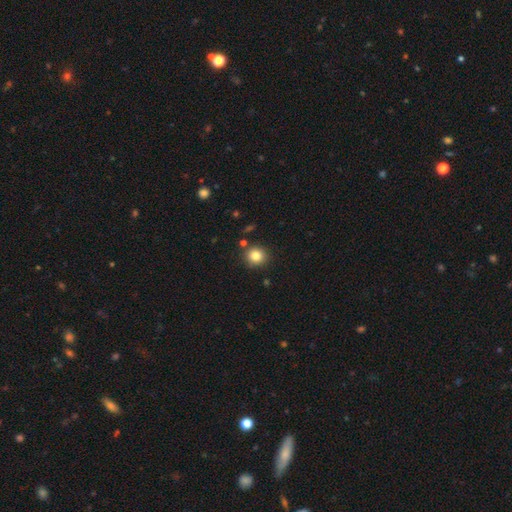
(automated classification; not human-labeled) Q: Smooth or featured?
A: smooth (82%); runner-up: star or artifact (11%)
Q: How rounded?
A: round (86%); runner-up: in between (13%)
Q: Merging?
A: none (86%); runner-up: minor disturbance (8%)